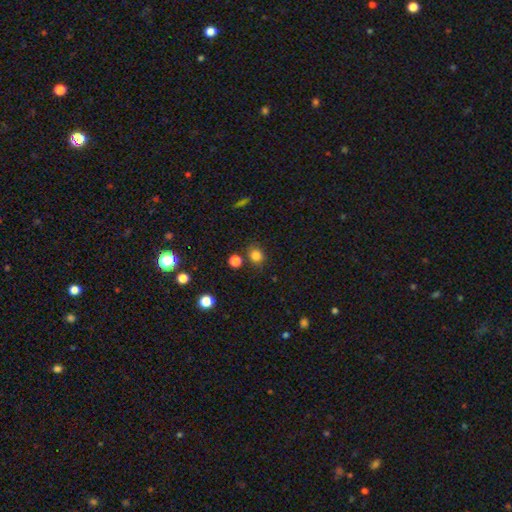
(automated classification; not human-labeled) Morphology: type=smooth (82%); roundness=round (73%); merging=none (78%).